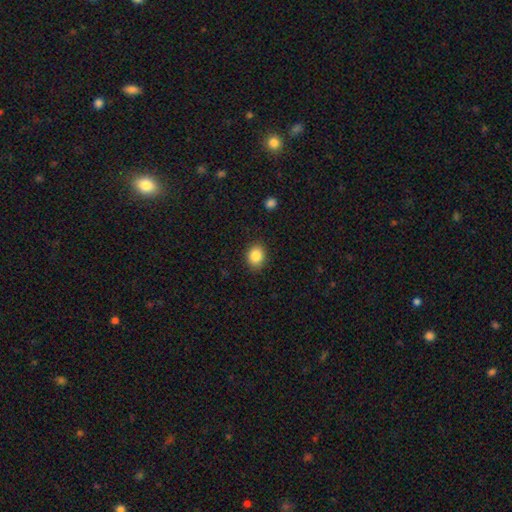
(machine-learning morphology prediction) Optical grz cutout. It shows a smooth galaxy with no disk features (86%) that is round (54%). Merging: none (88%).